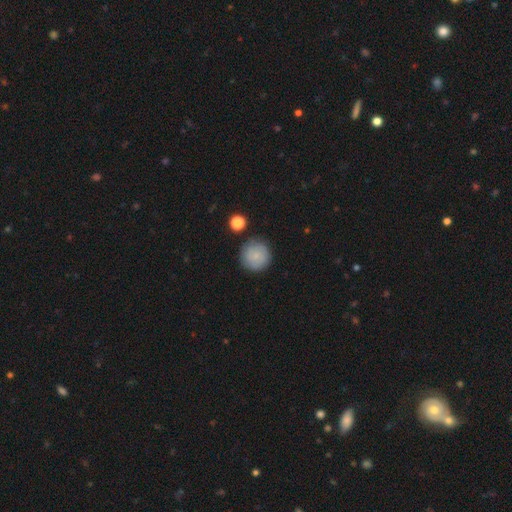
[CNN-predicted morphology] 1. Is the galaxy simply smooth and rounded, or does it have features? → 77% smooth, 15% featured or disk, 8% star or artifact.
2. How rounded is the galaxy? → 95% round, 4% in between, 1% cigar-shaped.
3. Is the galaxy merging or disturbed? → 85% none, 10% minor disturbance, 3% major disturbance, 3% merger.